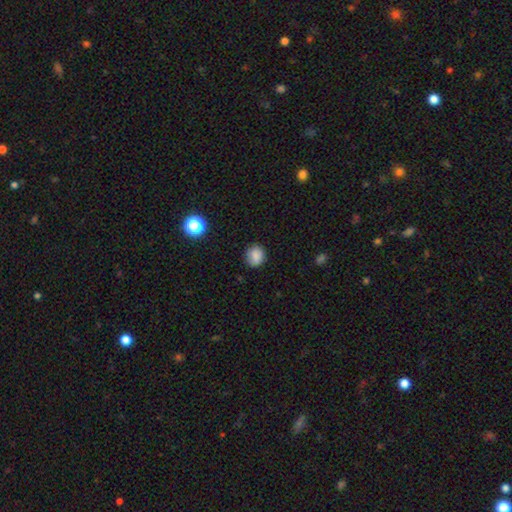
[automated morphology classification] A smooth galaxy with no disk features (83%) that is round (77%).

Vote fractions:
- Smooth or featured? smooth: 83% / star or artifact: 10% / featured or disk: 7%
- How rounded? round: 77% / in between: 22% / cigar-shaped: 1%
- Merging? none: 80% / minor disturbance: 15% / major disturbance: 3% / merger: 1%